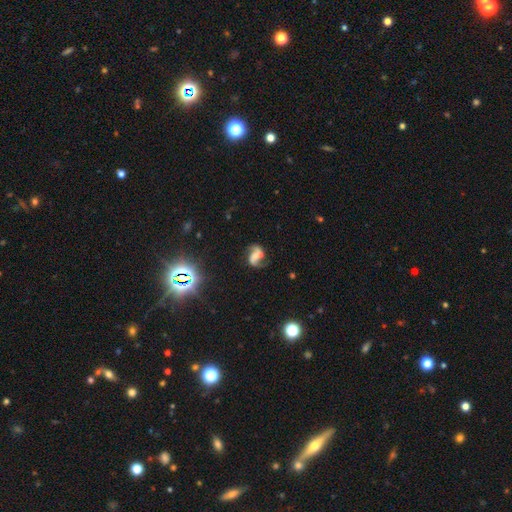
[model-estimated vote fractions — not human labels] Smooth or featured: featured or disk — 77% (smooth — 13%)
Edge-on disk: no — 98% (yes — 2%)
Bar: no — 45% (weak — 36%)
Spiral arms: yes — 93% (no — 7%)
Spiral winding: loose — 57% (medium — 34%)
Spiral arm count: 2 — 90% (1 — 4%)
Bulge size: none — 44% (small — 28%)
Merging: none — 65% (minor disturbance — 18%)